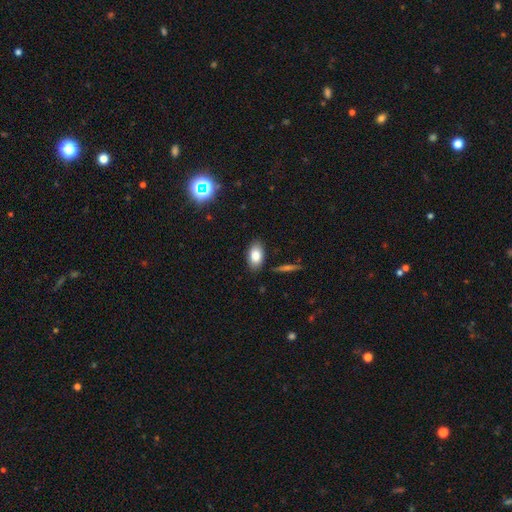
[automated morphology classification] A smooth galaxy with no disk features (83%) that is in between round and cigar-shaped (91%). Merging: none (85%).